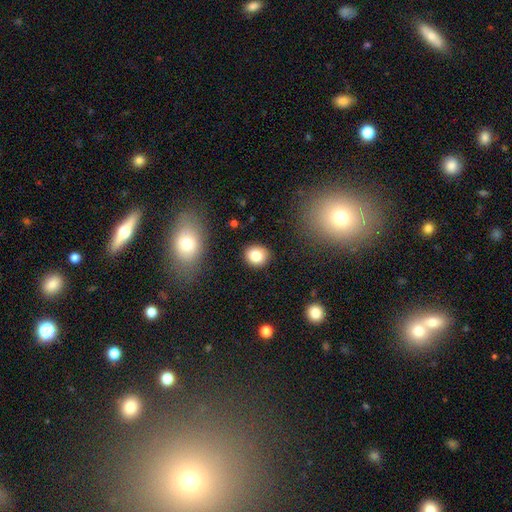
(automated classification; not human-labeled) smooth 83%, star or artifact 10%, featured or disk 7%. Down the decision tree: how rounded — round (77%); merging — none (89%).